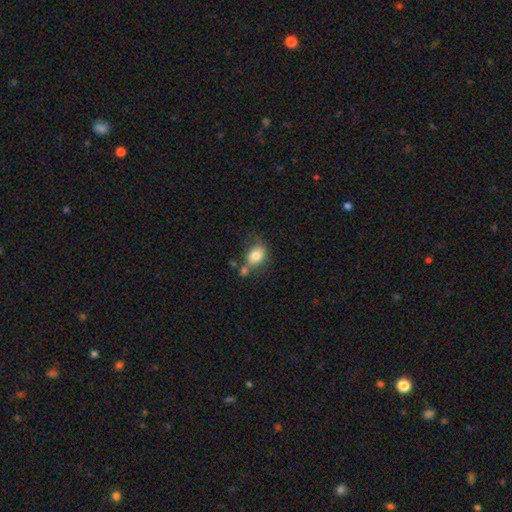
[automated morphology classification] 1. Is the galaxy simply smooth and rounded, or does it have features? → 81% smooth, 11% featured or disk, 9% star or artifact.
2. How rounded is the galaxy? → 63% in between, 36% round, 1% cigar-shaped.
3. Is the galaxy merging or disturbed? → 51% none, 23% merger, 19% minor disturbance, 7% major disturbance.